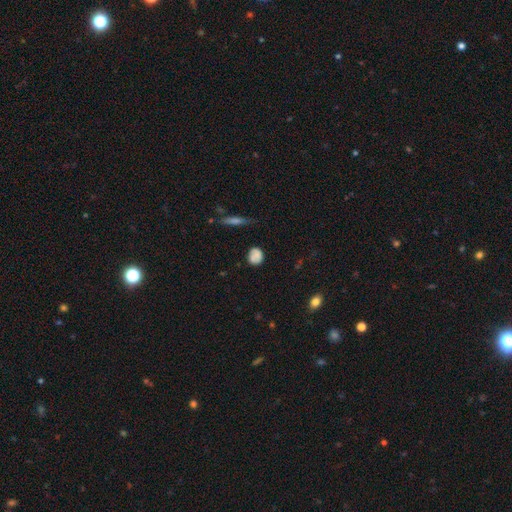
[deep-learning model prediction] smooth-or-featured: smooth: 77% | featured or disk: 14% | star or artifact: 10%
  how-rounded: round: 66% | in between: 32% | cigar-shaped: 2%
  merging: none: 67% | minor disturbance: 23% | major disturbance: 6% | merger: 4%